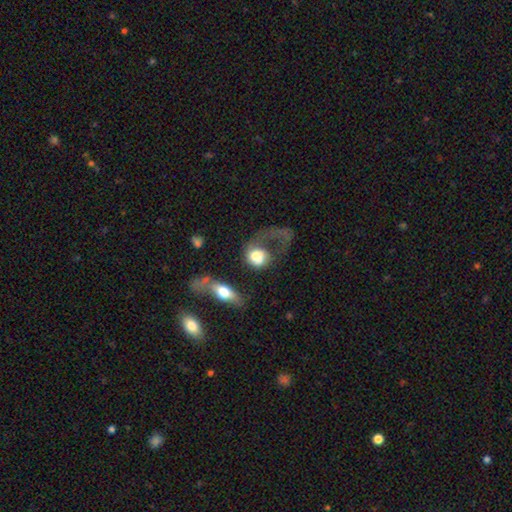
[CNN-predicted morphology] Smooth or featured? smooth (52%)
How rounded? round (54%)
Merging? major disturbance (57%)